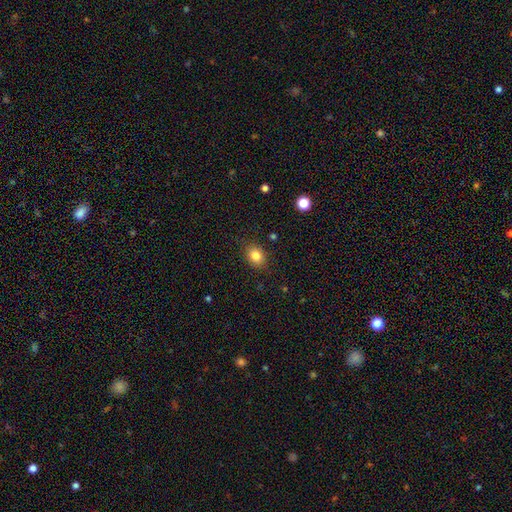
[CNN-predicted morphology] This appears to be a smooth galaxy with no disk features (83%) that is in between round and cigar-shaped (56%). Merging: none (86%).